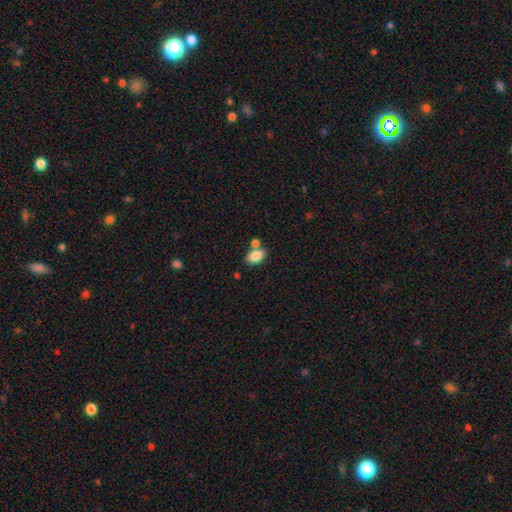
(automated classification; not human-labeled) Morphology: type=smooth (84%); roundness=in between (89%); merging=none (58%).